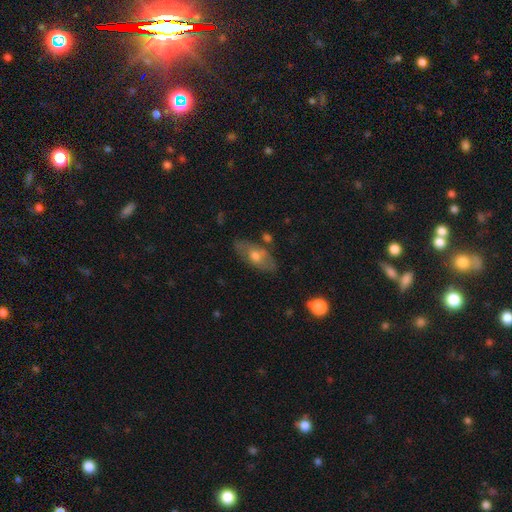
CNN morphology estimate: Q: Smooth or featured?
A: smooth (50%); runner-up: featured or disk (43%)
Q: Merging?
A: none (72%); runner-up: minor disturbance (18%)